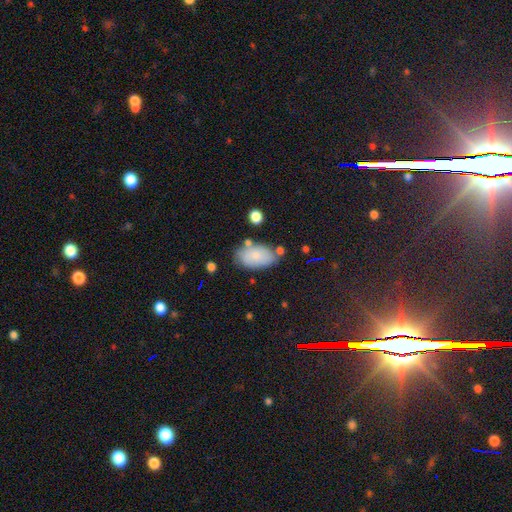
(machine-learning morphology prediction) smooth_or_featured: smooth (p=0.76) [alt: featured or disk p=0.16]
how_rounded: in between (p=0.94) [alt: round p=0.05]
merging: none (p=0.67) [alt: minor disturbance p=0.20]